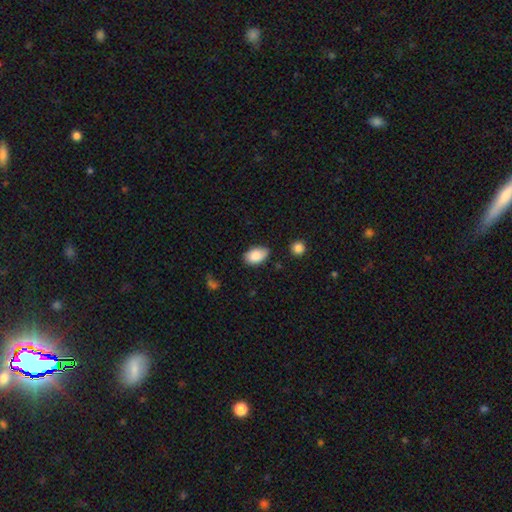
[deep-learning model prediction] Smooth or featured? Predicted: smooth (p=0.88). How rounded? Predicted: in between (p=0.91). Merging? Predicted: none (p=0.73).